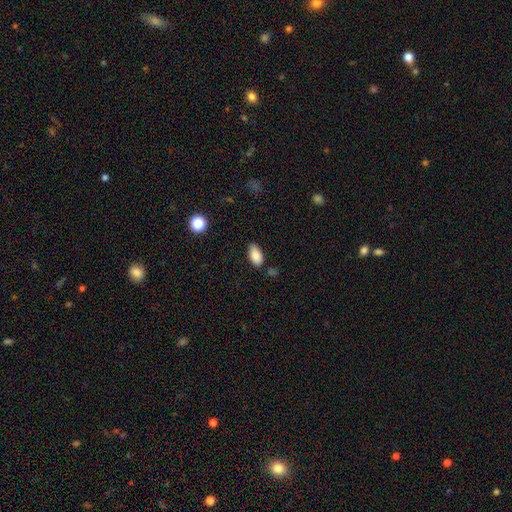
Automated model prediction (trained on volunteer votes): Smooth or featured? Predicted: smooth (p=0.87). How rounded? Predicted: in between (p=0.93). Merging? Predicted: none (p=0.78).